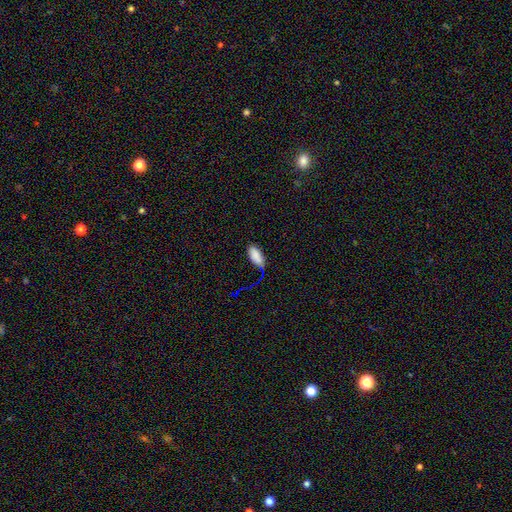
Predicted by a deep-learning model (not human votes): Smooth or featured: smooth — 83% (star or artifact — 11%)
How rounded: in between — 89% (cigar-shaped — 9%)
Merging: none — 68% (minor disturbance — 22%)